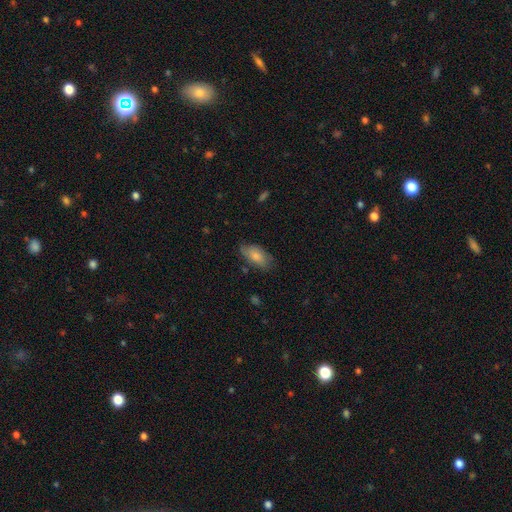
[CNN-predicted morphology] Overall: smooth (78%). How rounded: in between (90%). Merging: none (70%).